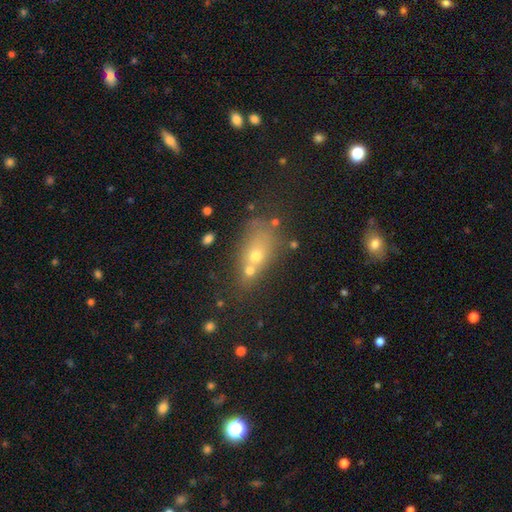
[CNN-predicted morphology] smooth-or-featured: smooth: 56% | featured or disk: 26% | star or artifact: 18%
  how-rounded: in between: 60% | round: 34% | cigar-shaped: 5%
  merging: merger: 50% | none: 31% | minor disturbance: 11% | major disturbance: 8%